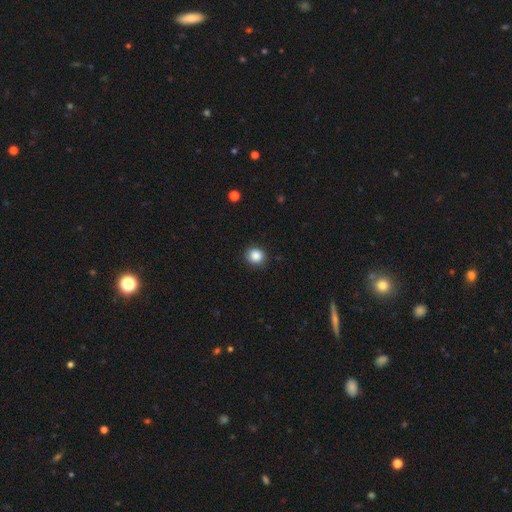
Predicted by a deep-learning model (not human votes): This appears to be a smooth galaxy with no disk features (87%) that is round (88%). Merging: none (89%).